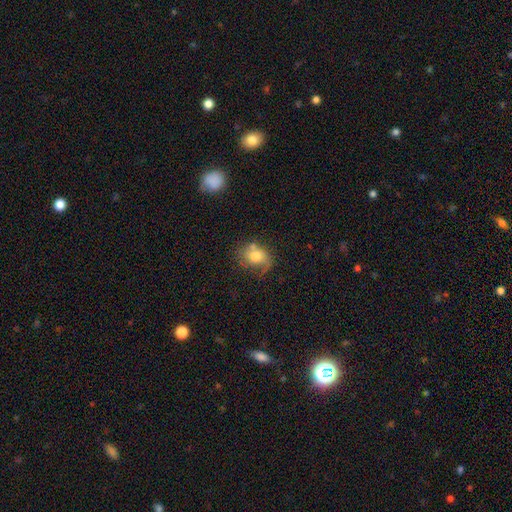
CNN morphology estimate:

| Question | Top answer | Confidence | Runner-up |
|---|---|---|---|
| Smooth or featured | smooth | 63% | featured or disk (27%) |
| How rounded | in between | 56% | round (43%) |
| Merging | none | 44% | minor disturbance (28%) |